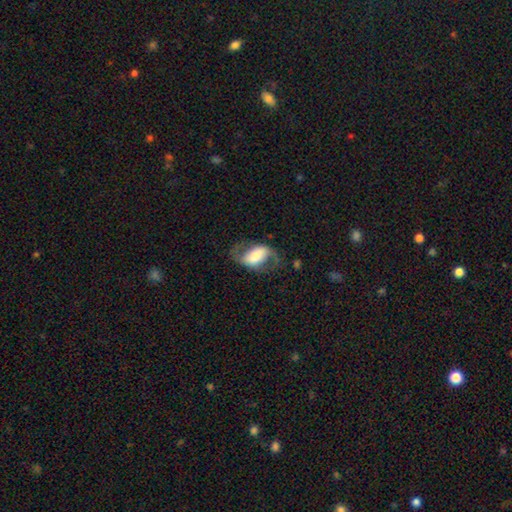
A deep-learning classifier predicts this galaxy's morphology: Overall: featured or disk (64%; smooth 29%). Edge-on disk: no (94%). Bar: strong (42%; weak 32%). Spiral arms: yes (83%). Spiral arm count: 2 (88%). Spiral winding: loose (54%; medium 35%). Bulge size: moderate (34%; large 27%). Merging: none (61%).